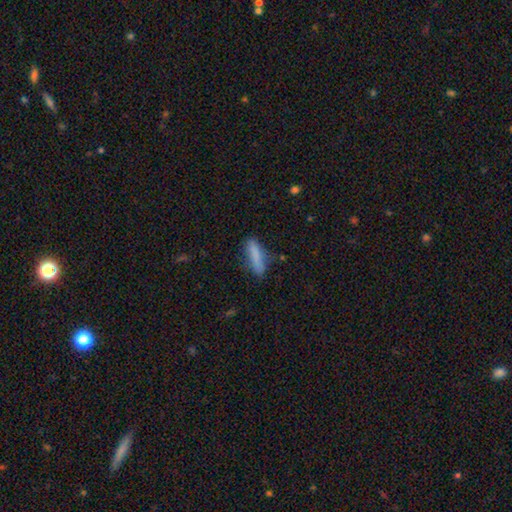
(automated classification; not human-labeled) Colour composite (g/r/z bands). It shows a smooth galaxy with no disk features (82%) that is cigar-shaped (68%). Merging: none (72%).